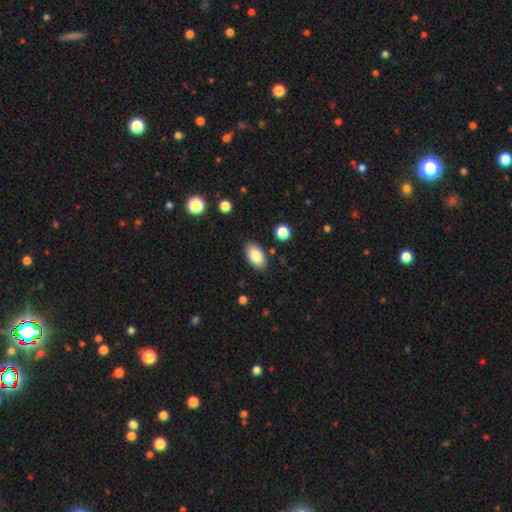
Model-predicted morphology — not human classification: The model was most divided on "merging": none: 85%, minor disturbance: 11%, major disturbance: 3%, merger: 2%. More confident: how rounded — in between (93%); smooth or featured — smooth (84%).